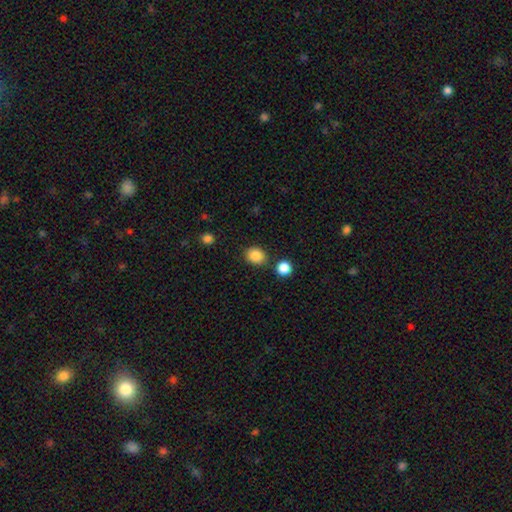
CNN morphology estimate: Smooth or featured? Predicted: smooth (p=0.86). How rounded? Predicted: round (p=0.59). Merging? Predicted: none (p=0.82).